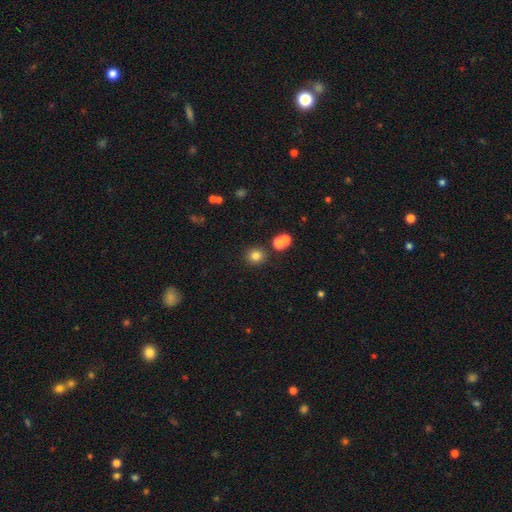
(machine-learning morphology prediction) This appears to be a smooth galaxy with no disk features (79%) that is round (87%). Merging: none (81%).